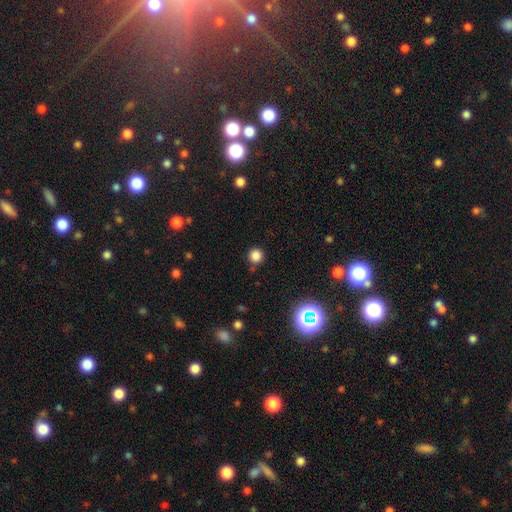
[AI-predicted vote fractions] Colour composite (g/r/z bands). It shows a smooth galaxy with no disk features (81%) that is round (94%). Merging: none (86%).